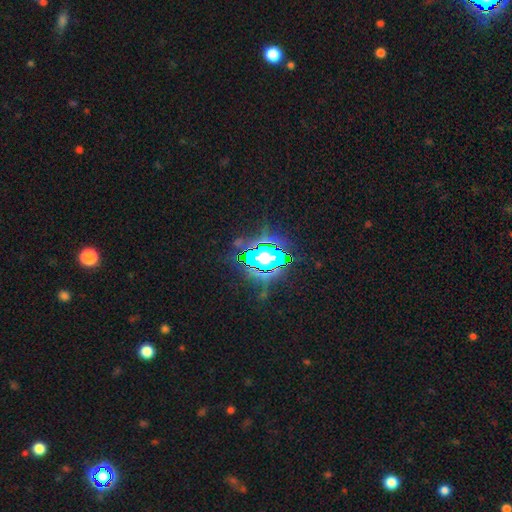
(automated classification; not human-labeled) Overall: star or artifact (82%).